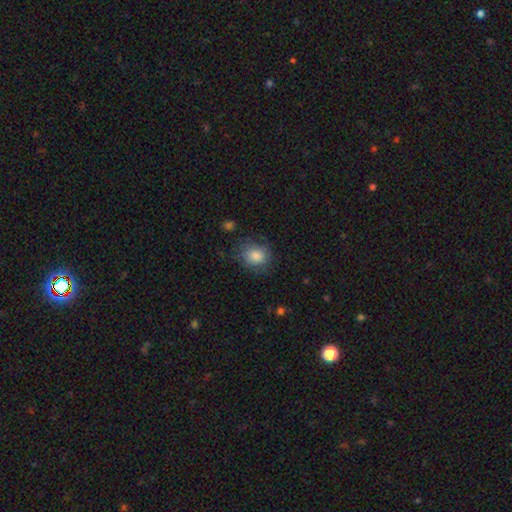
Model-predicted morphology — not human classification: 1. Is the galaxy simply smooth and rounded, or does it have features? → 80% smooth, 11% featured or disk, 9% star or artifact.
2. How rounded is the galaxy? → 69% round, 30% in between, 1% cigar-shaped.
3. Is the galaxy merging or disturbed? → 69% none, 22% minor disturbance, 8% major disturbance, 1% merger.